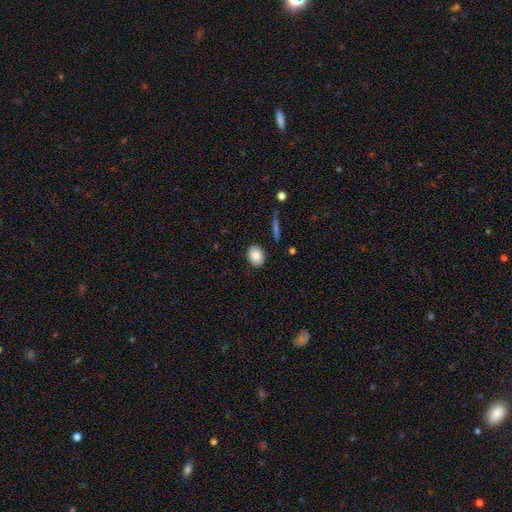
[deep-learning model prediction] This appears to be a smooth galaxy with no disk features (86%) that is in between round and cigar-shaped (55%). Merging: none (89%).